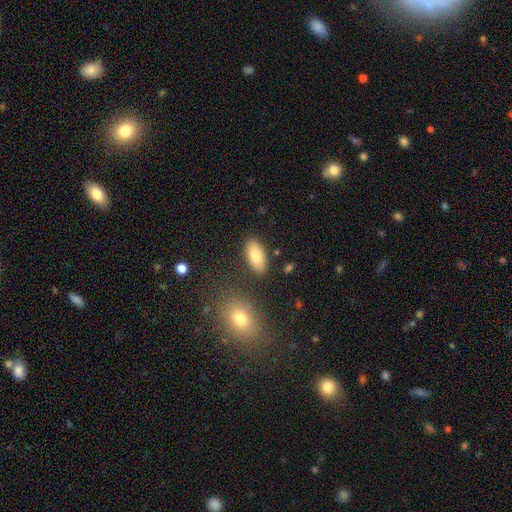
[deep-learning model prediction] smooth 80%, featured or disk 13%, star or artifact 7%. Down the decision tree: how rounded — in between (92%); merging — none (84%).